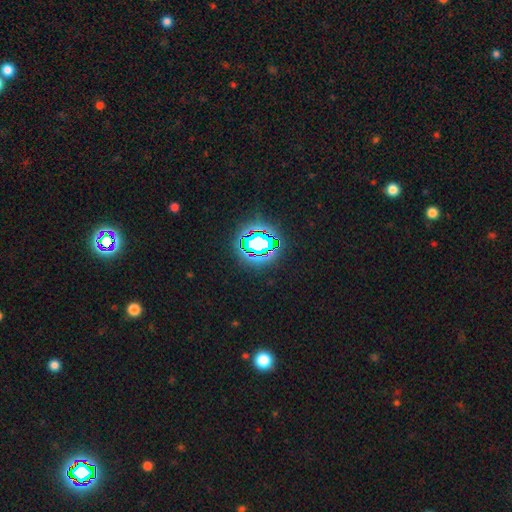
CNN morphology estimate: A star or artifact, not a galaxy (82%).

Vote fractions:
- Smooth or featured? star or artifact: 82% / smooth: 12% / featured or disk: 7%